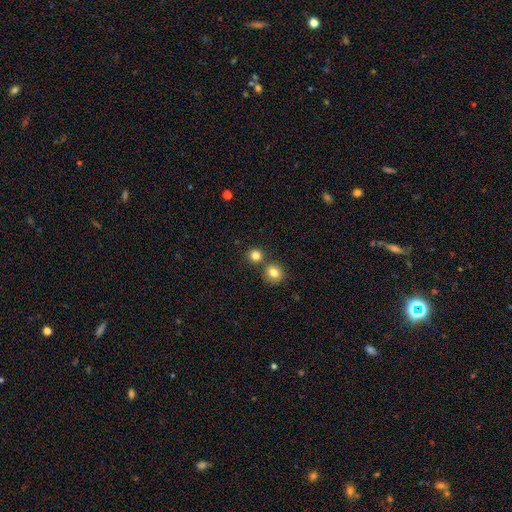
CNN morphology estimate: smooth_or_featured: smooth (p=0.82) [alt: star or artifact p=0.12]
how_rounded: round (p=0.90) [alt: in between p=0.09]
merging: none (p=0.70) [alt: merger p=0.21]